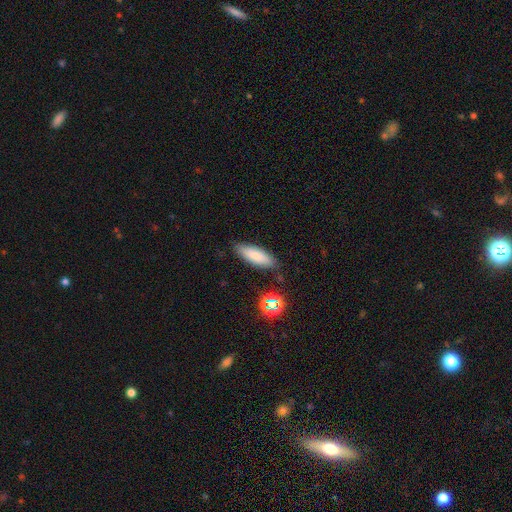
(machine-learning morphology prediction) Q: Smooth or featured?
A: smooth (81%); runner-up: featured or disk (11%)
Q: How rounded?
A: in between (60%); runner-up: cigar-shaped (38%)
Q: Merging?
A: none (83%); runner-up: minor disturbance (12%)